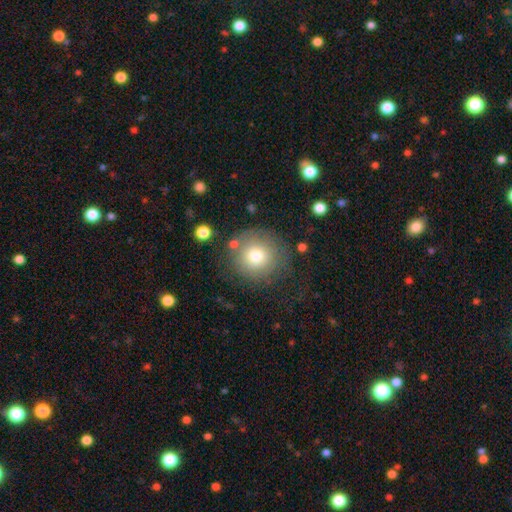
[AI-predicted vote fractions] smooth 74%, featured or disk 16%, star or artifact 11%. Down the decision tree: how rounded — round (93%); merging — none (73%).